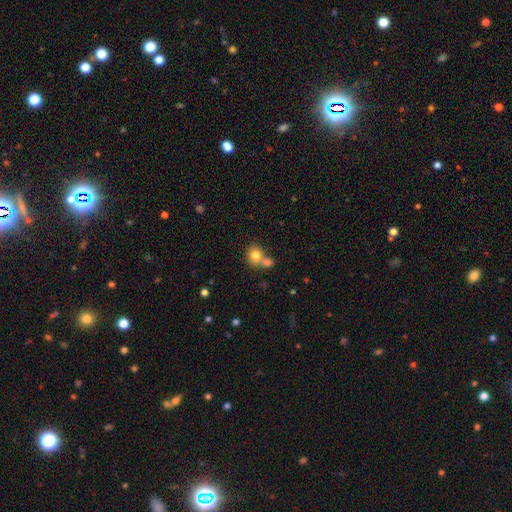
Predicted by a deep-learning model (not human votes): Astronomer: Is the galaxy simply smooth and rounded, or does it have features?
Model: smooth — 80%.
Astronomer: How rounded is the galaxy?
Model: round — 77%.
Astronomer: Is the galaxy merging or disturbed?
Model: none — 45% (runner-up: merger, 44%).